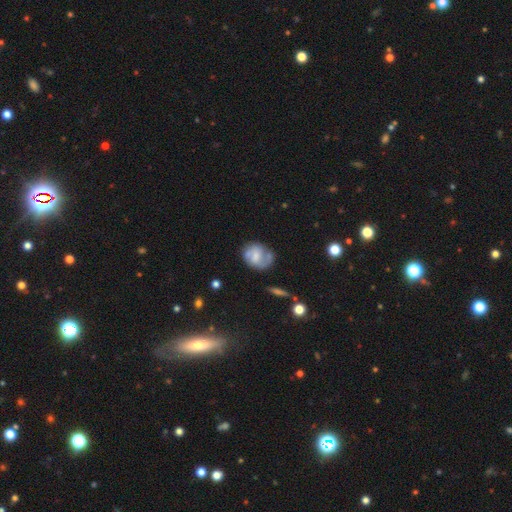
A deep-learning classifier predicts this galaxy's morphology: A featured or disk galaxy (53%) with no bar (49%), spiral arms (76%) and a moderate central bulge (35%). Merging: none (55%).